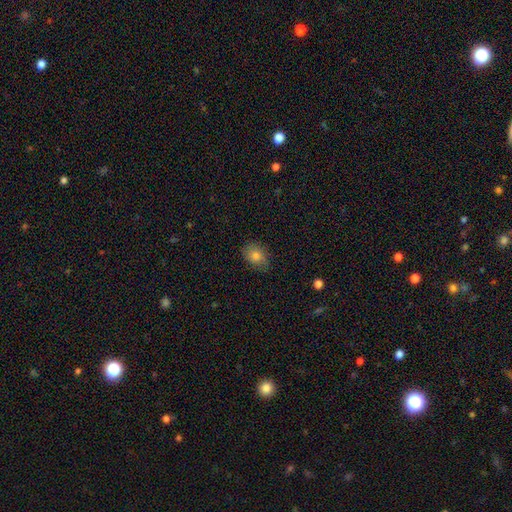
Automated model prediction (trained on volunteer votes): This appears to be a smooth galaxy with no disk features (79%) that is in between round and cigar-shaped (66%). Merging: none (80%).